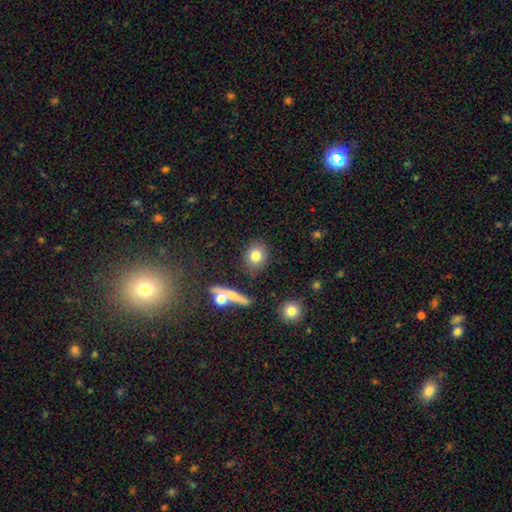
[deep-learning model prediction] The model was most divided on "how rounded": round: 73%, in between: 25%, cigar-shaped: 3%. More confident: merging — none (82%); smooth or featured — smooth (79%).